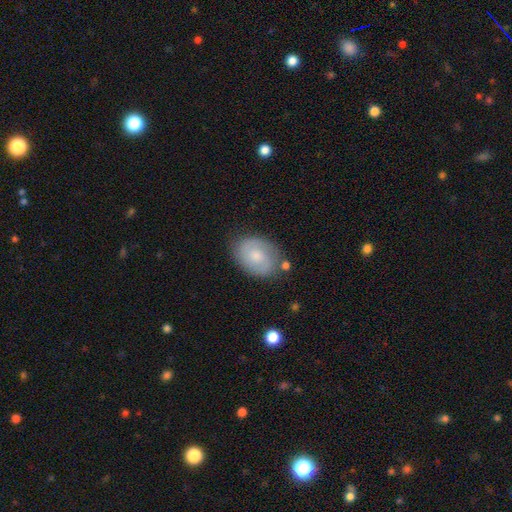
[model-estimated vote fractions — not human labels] A featured or disk galaxy (50%).

Vote fractions:
- Smooth or featured? featured or disk: 50% / smooth: 43% / star or artifact: 7%
- Merging? none: 74% / minor disturbance: 18% / major disturbance: 5% / merger: 4%